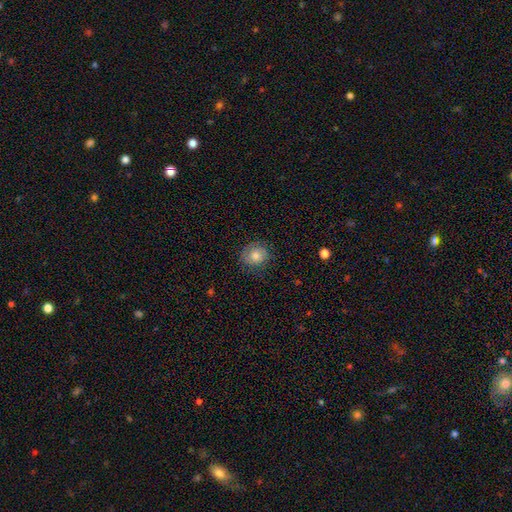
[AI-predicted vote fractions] A smooth galaxy with no disk features (60%) that is round (81%).

Vote fractions:
- Smooth or featured? smooth: 60% / featured or disk: 30% / star or artifact: 11%
- How rounded? round: 81% / in between: 18% / cigar-shaped: 1%
- Merging? none: 79% / minor disturbance: 15% / major disturbance: 5% / merger: 1%